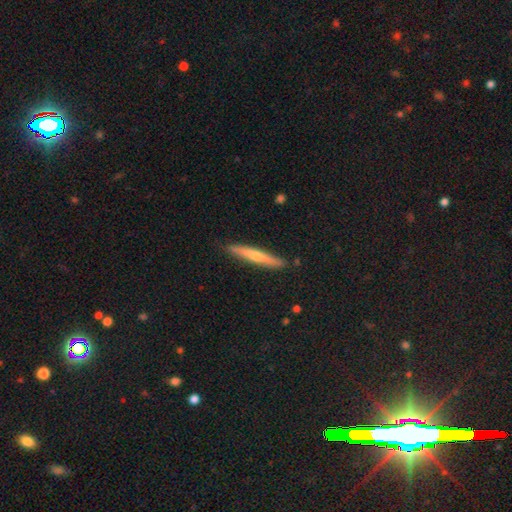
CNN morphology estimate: A featured or disk galaxy (52%) viewed edge-on (94%). Merging: none (90%).